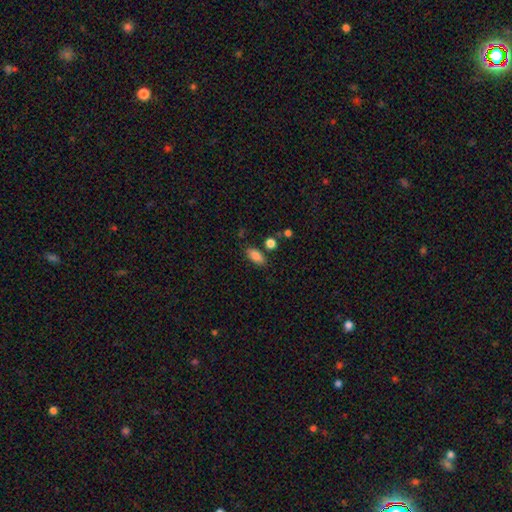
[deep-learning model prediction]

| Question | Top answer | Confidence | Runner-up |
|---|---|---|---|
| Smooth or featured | smooth | 86% | star or artifact (9%) |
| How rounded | in between | 89% | cigar-shaped (7%) |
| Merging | none | 80% | minor disturbance (12%) |